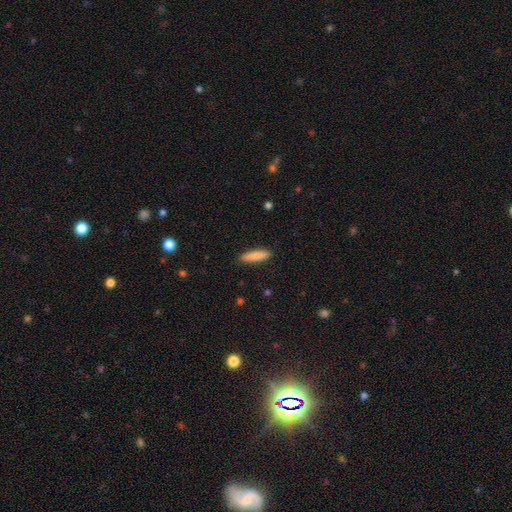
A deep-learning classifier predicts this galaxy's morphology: smooth 86%, featured or disk 9%, star or artifact 6%. Down the decision tree: how rounded — cigar-shaped (80%); merging — none (90%).